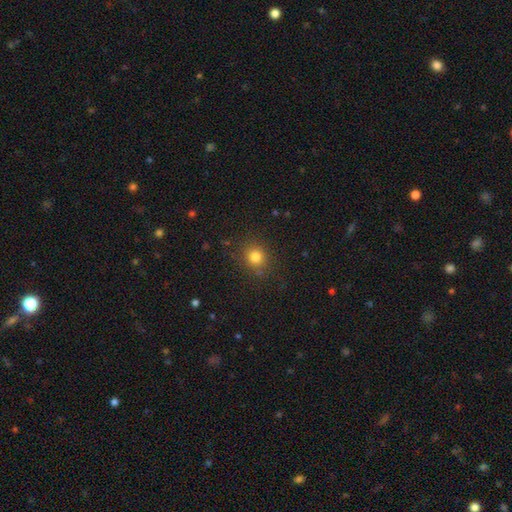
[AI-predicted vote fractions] smooth_or_featured: smooth (p=0.80) [alt: star or artifact p=0.14]
how_rounded: round (p=0.84) [alt: in between p=0.15]
merging: none (p=0.86) [alt: minor disturbance p=0.09]